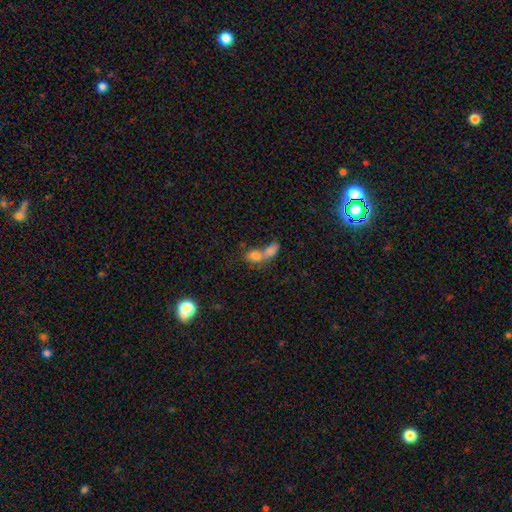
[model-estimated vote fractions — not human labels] A smooth galaxy with no disk features (76%) that is in between round and cigar-shaped (66%). Merging: merger (71%).